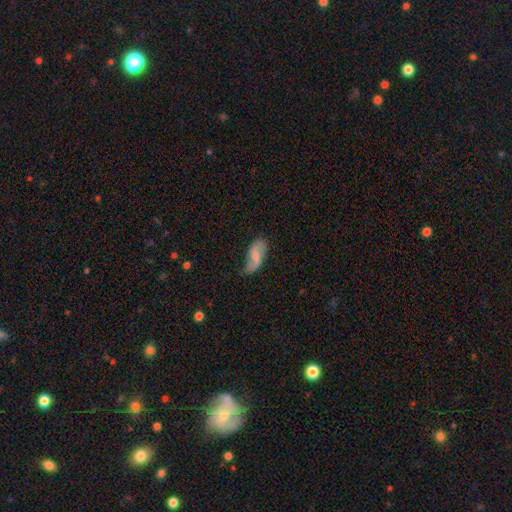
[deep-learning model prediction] Smooth or featured: smooth — 48% (featured or disk — 45%)
Merging: none — 48% (minor disturbance — 37%)